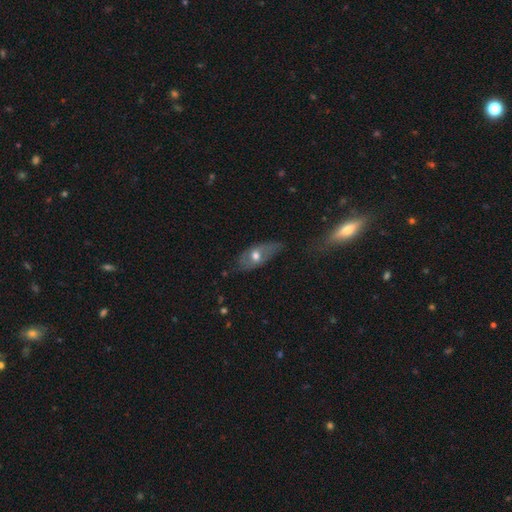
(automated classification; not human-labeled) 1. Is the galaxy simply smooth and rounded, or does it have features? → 49% smooth, 44% featured or disk, 7% star or artifact.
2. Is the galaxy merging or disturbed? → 57% none, 32% minor disturbance, 10% major disturbance, 2% merger.